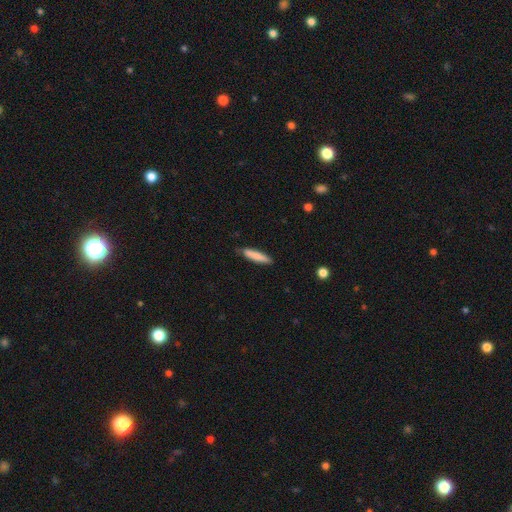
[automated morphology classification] This is likely a smooth galaxy (79%). How rounded: clearly cigar-shaped (83%). Merging: clearly none (80%).